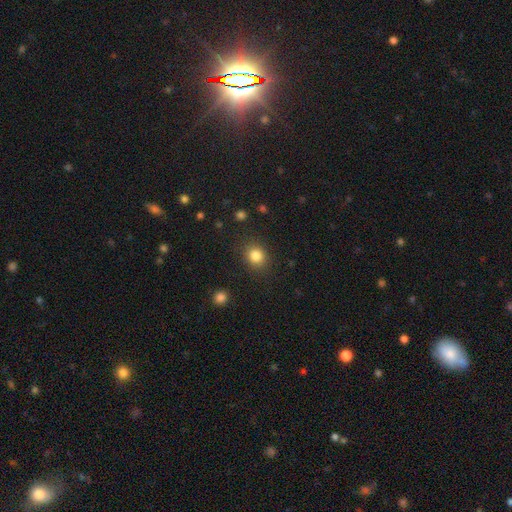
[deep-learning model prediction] smooth_or_featured: smooth (p=0.84) [alt: star or artifact p=0.11]
how_rounded: round (p=0.73) [alt: in between p=0.26]
merging: none (p=0.86) [alt: minor disturbance p=0.09]